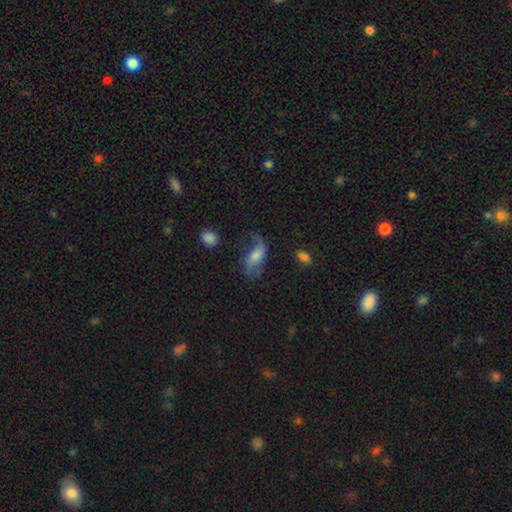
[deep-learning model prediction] Overall: featured or disk (61%; smooth 31%). Edge-on disk: no (93%). Bar: weak (41%; no 31%). Spiral arms: yes (83%). Bulge size: moderate (42%; small 40%). Merging: none (48%; major disturbance 25%).